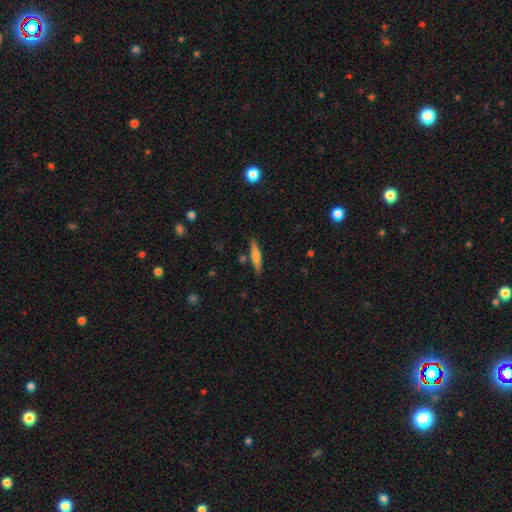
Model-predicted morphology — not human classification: Smooth or featured?
  - smooth: 59% *
  - featured or disk: 34%
  - star or artifact: 7%
How rounded?
  - cigar-shaped: 84% *
  - in between: 14%
  - round: 2%
Merging?
  - none: 83% *
  - minor disturbance: 10%
  - merger: 5%
  - major disturbance: 2%